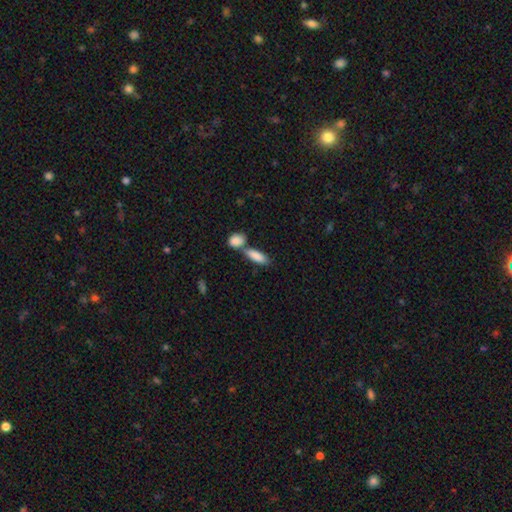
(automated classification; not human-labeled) Smooth or featured?
  - smooth: 86% *
  - featured or disk: 8%
  - star or artifact: 6%
How rounded?
  - in between: 69% *
  - cigar-shaped: 27%
  - round: 3%
Merging?
  - none: 45% *
  - merger: 42%
  - minor disturbance: 10%
  - major disturbance: 3%